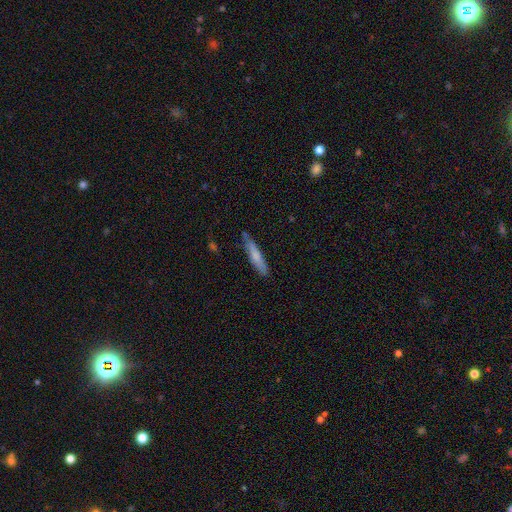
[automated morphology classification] Smooth or featured? Predicted: smooth (p=0.69). How rounded? Predicted: cigar-shaped (p=0.89). Merging? Predicted: none (p=0.78).